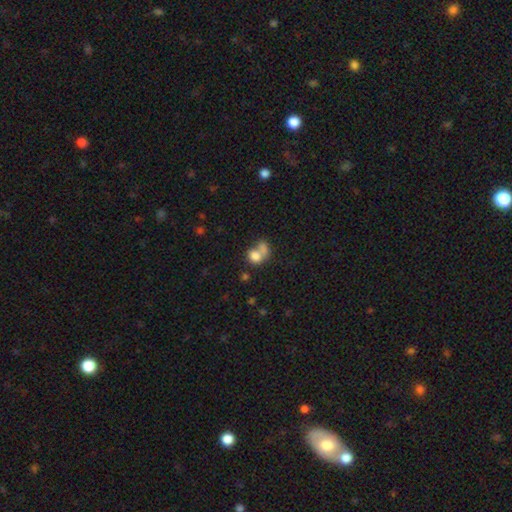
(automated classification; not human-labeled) smooth_or_featured: smooth (p=0.77) [alt: featured or disk p=0.13]
how_rounded: round (p=0.55) [alt: in between p=0.44]
merging: merger (p=0.60) [alt: none p=0.24]